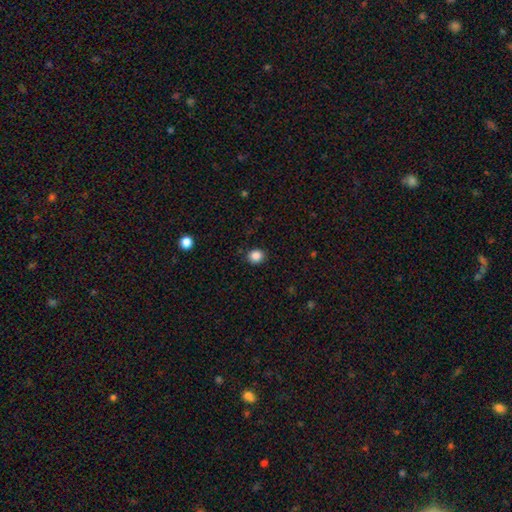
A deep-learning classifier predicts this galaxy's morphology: Q: Smooth or featured?
A: smooth (86%); runner-up: star or artifact (11%)
Q: How rounded?
A: round (82%); runner-up: in between (17%)
Q: Merging?
A: none (89%); runner-up: minor disturbance (7%)